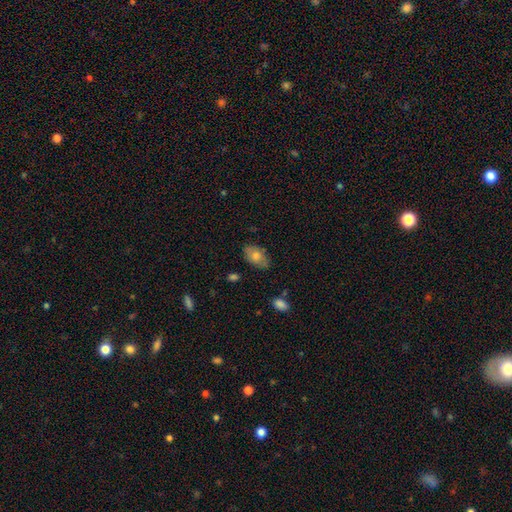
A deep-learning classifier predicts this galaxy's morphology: The model was most divided on "smooth or featured": smooth: 69%, featured or disk: 23%, star or artifact: 8%. More confident: how rounded — in between (91%); merging — none (77%).